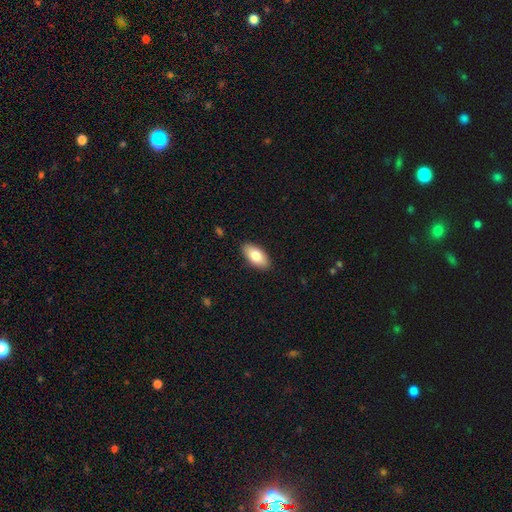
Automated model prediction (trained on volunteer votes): Smooth or featured: smooth — 81% (featured or disk — 13%)
How rounded: in between — 92% (cigar-shaped — 6%)
Merging: none — 89% (minor disturbance — 8%)